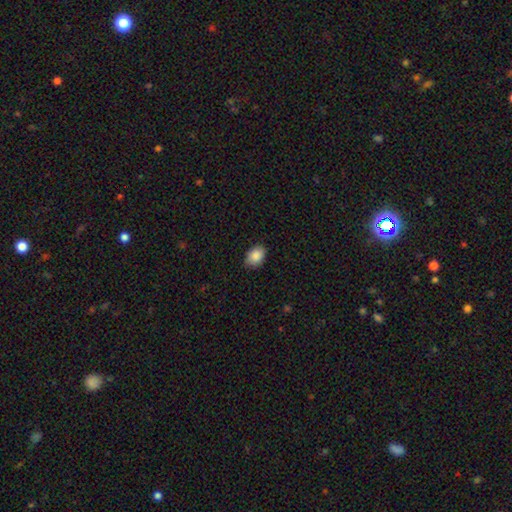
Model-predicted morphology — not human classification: A smooth galaxy with no disk features (88%) that is in between round and cigar-shaped (79%).

Vote fractions:
- Smooth or featured? smooth: 88% / star or artifact: 7% / featured or disk: 5%
- How rounded? in between: 79% / round: 20% / cigar-shaped: 1%
- Merging? none: 81% / minor disturbance: 16% / major disturbance: 2% / merger: 1%